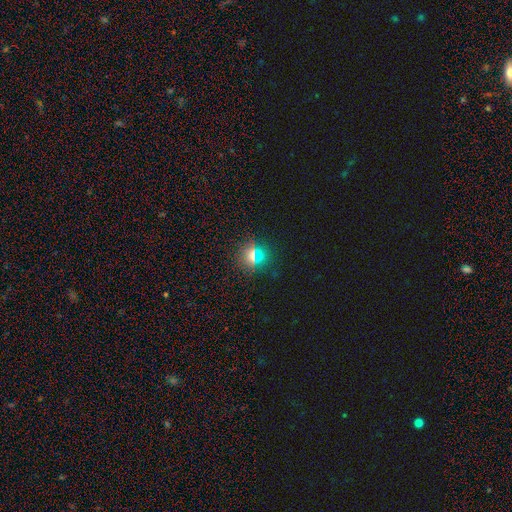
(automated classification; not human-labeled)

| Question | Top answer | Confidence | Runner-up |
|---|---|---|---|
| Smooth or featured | smooth | 59% | star or artifact (29%) |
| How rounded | round | 90% | in between (8%) |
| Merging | none | 88% | minor disturbance (7%) |